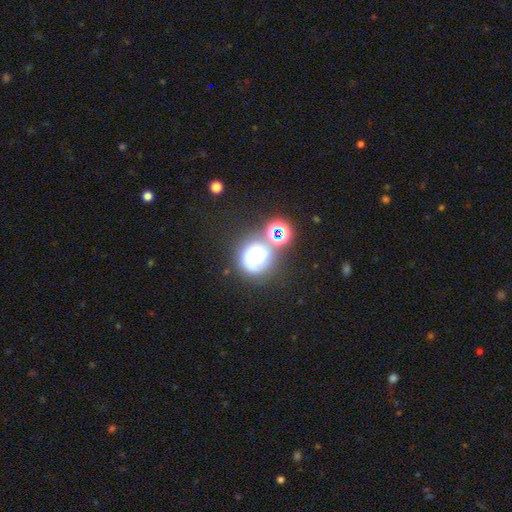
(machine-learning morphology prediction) type=smooth (55%); roundness=round (82%); merging=none (51%).